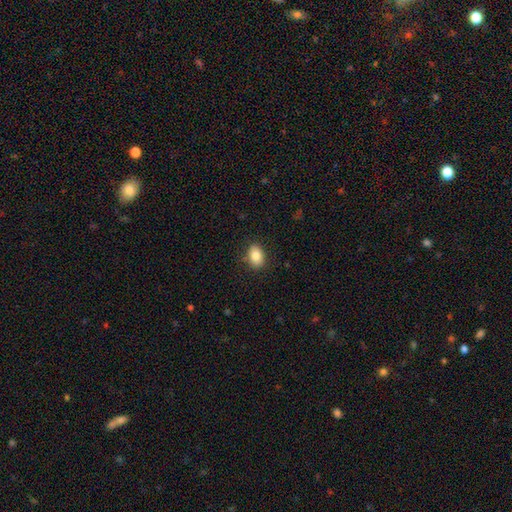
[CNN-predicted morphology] A smooth galaxy with no disk features (83%) that is in between round and cigar-shaped (79%). Merging: none (85%).